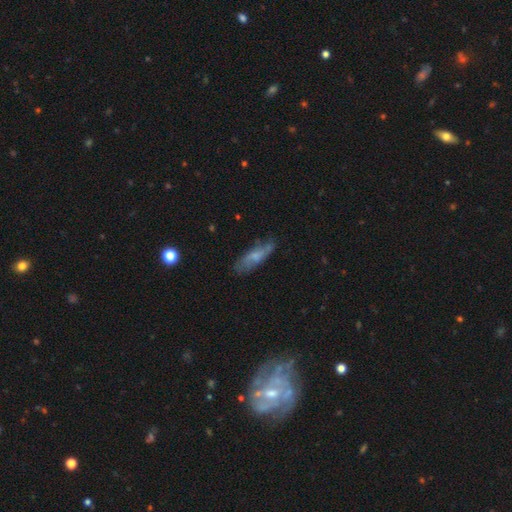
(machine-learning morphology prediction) This appears to be a smooth galaxy with no disk features (54%) that is cigar-shaped (51%). Merging: none (65%).